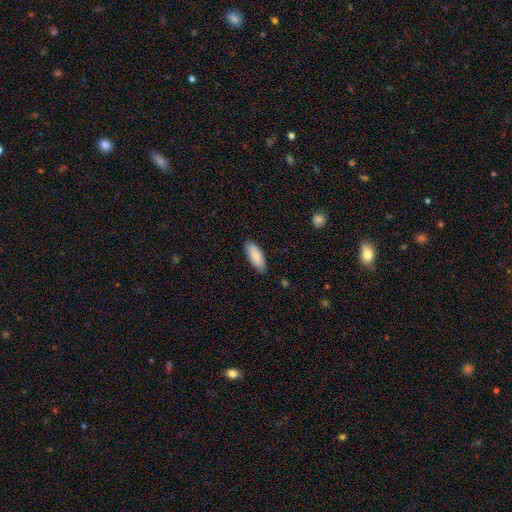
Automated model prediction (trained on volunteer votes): Overall: smooth (87%). How rounded: in between (80%). Merging: none (85%).